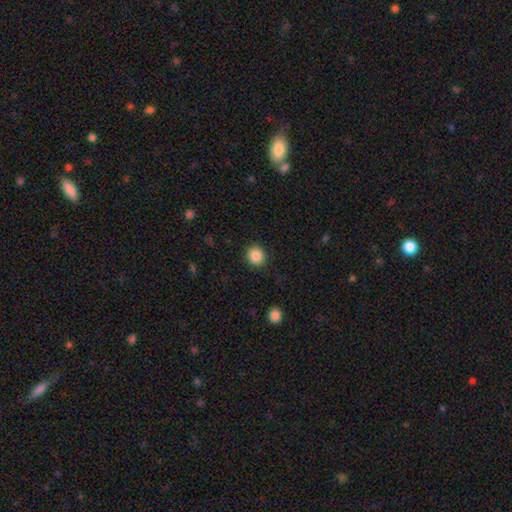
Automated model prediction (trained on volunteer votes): smooth_or_featured: smooth (p=0.86) [alt: star or artifact p=0.10]
how_rounded: round (p=0.89) [alt: in between p=0.10]
merging: none (p=0.91) [alt: minor disturbance p=0.06]